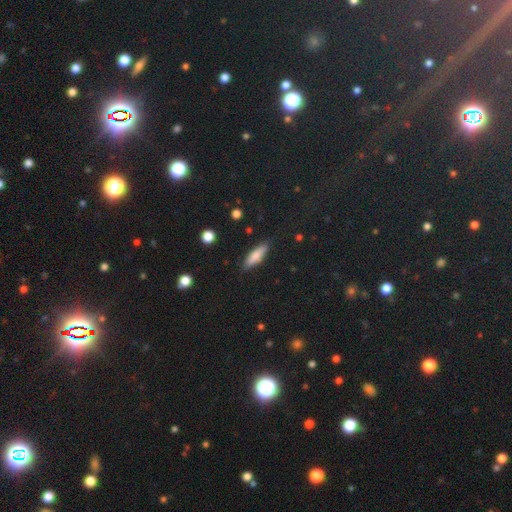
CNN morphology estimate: A smooth galaxy with no disk features (74%) that is cigar-shaped (62%). Merging: none (86%).